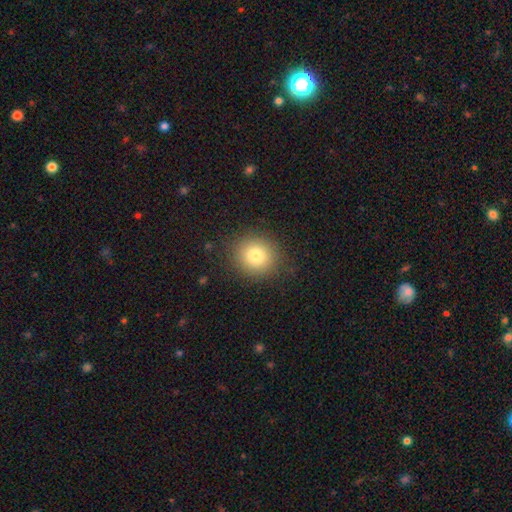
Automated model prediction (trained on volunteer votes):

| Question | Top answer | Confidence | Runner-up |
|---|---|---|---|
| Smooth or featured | smooth | 79% | star or artifact (11%) |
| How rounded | round | 86% | in between (13%) |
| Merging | none | 87% | minor disturbance (9%) |